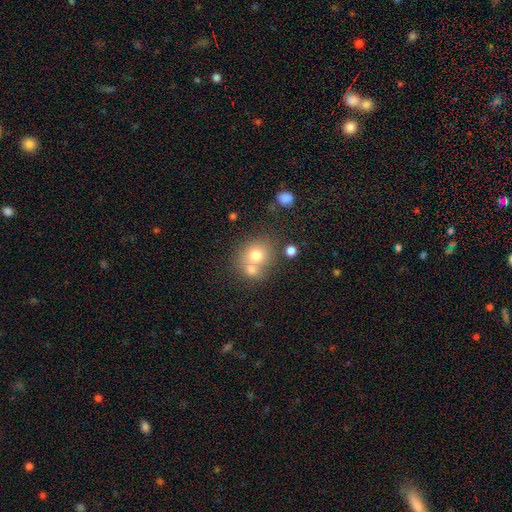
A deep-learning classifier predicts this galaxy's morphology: Smooth or featured? smooth (72%)
How rounded? round (76%)
Merging? merger (47%)